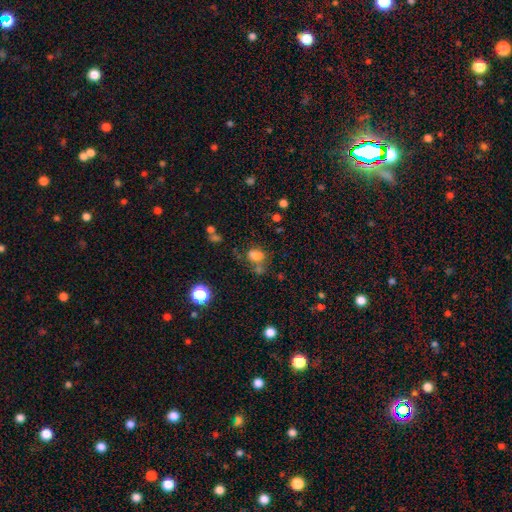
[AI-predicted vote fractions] smooth 75%, star or artifact 16%, featured or disk 9%. Down the decision tree: how rounded — in between (72%); merging — none (48%).